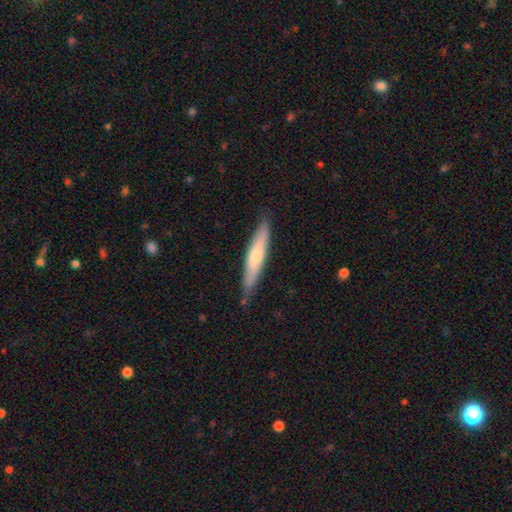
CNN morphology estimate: Smooth or featured? smooth (58%)
How rounded? cigar-shaped (89%)
Merging? none (83%)